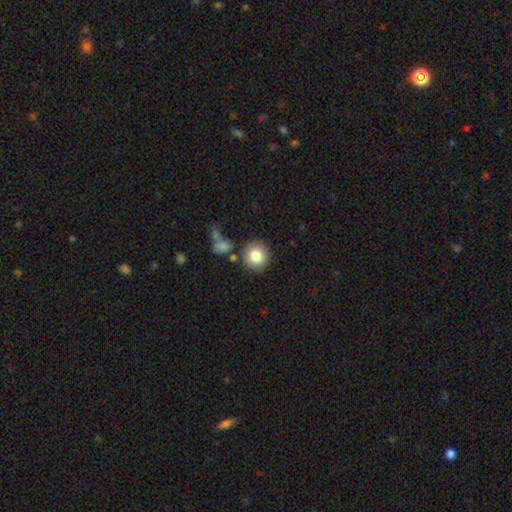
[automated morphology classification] Smooth or featured? Predicted: smooth (p=0.81). How rounded? Predicted: round (p=0.93). Merging? Predicted: none (p=0.81).